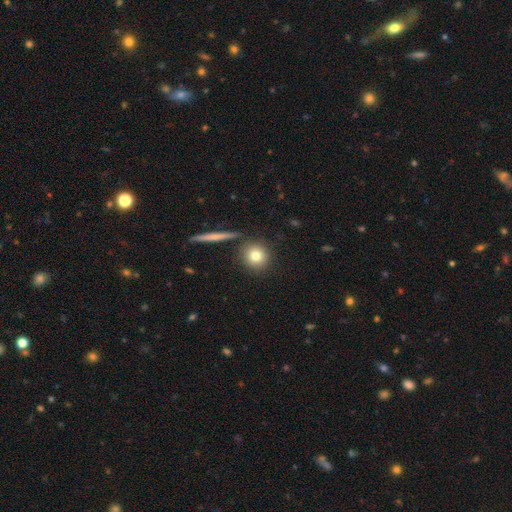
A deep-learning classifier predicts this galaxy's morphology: This is likely a smooth galaxy (79%). How rounded: clearly round (90%). Merging: clearly none (85%).